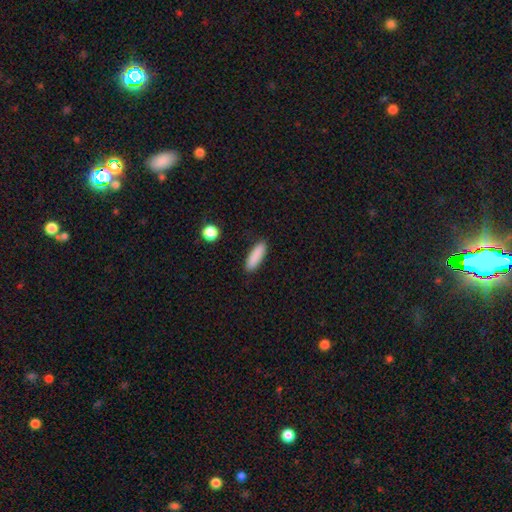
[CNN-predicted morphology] This appears to be a smooth galaxy with no disk features (88%) that is cigar-shaped (58%). Merging: none (88%).